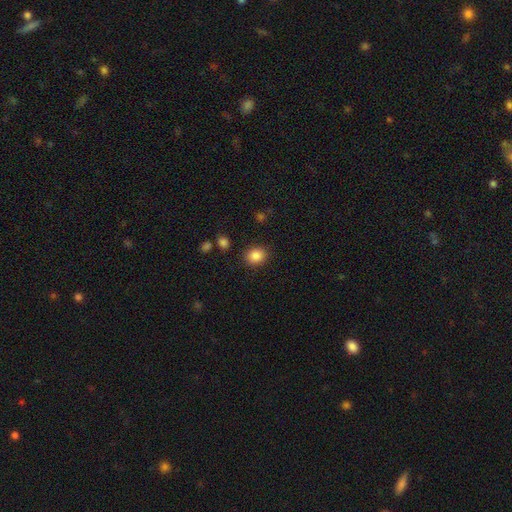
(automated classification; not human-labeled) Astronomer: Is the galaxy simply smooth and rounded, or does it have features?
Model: smooth — 86%.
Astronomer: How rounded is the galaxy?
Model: round — 60% (runner-up: in between, 39%).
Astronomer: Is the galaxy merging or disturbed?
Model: none — 87%.